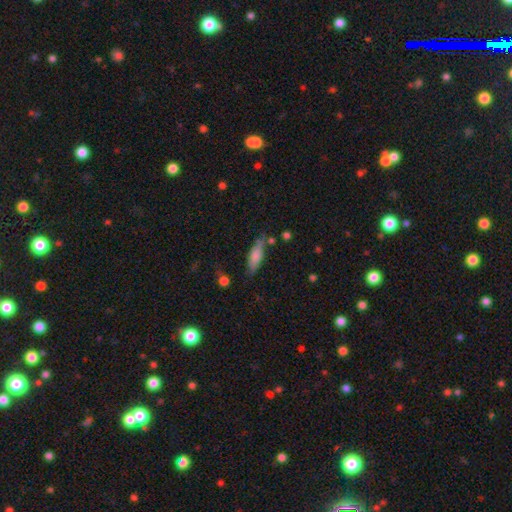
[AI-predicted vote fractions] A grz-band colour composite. It shows a smooth galaxy with no disk features (74%) that is cigar-shaped (55%). Merging: none (70%).